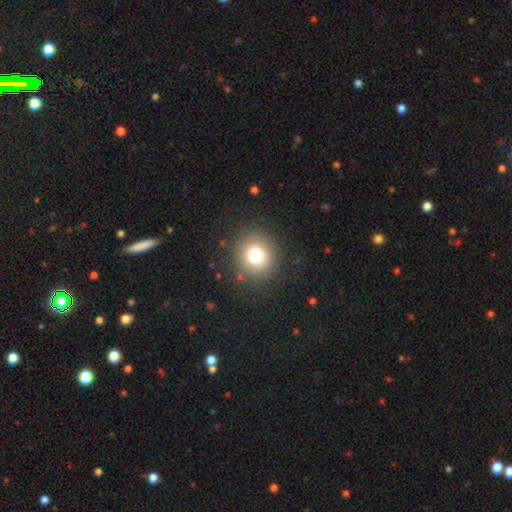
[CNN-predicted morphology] Smooth or featured? smooth (77%)
How rounded? round (88%)
Merging? none (87%)